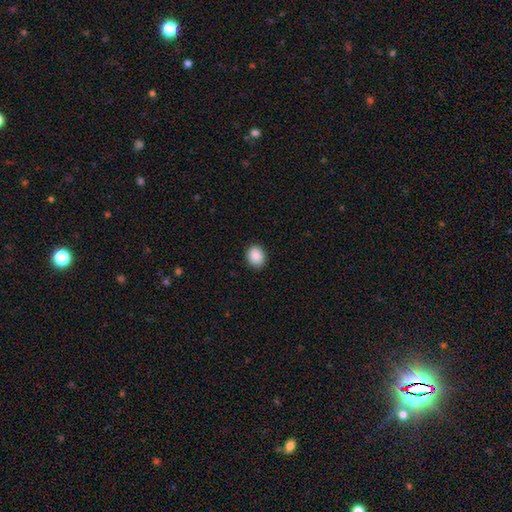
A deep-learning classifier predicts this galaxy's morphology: smooth_or_featured: smooth (p=0.89) [alt: star or artifact p=0.08]
how_rounded: round (p=0.53) [alt: in between p=0.46]
merging: none (p=0.90) [alt: minor disturbance p=0.07]